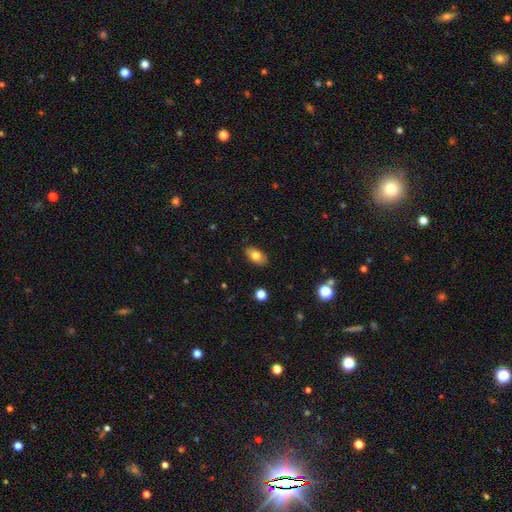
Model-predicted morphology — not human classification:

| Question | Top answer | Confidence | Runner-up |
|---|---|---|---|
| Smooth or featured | smooth | 77% | featured or disk (15%) |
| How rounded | in between | 90% | round (7%) |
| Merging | none | 85% | minor disturbance (12%) |